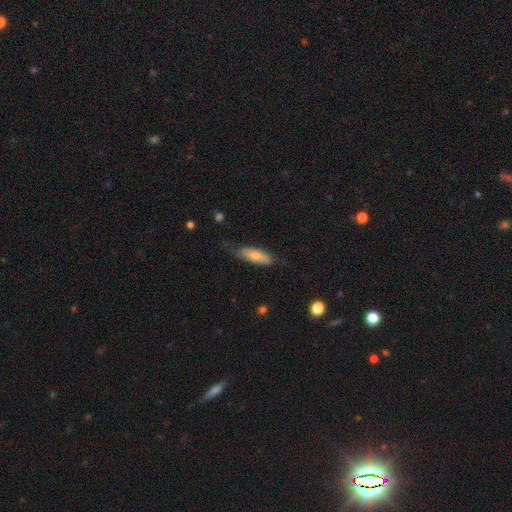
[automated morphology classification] type=smooth (69%); roundness=in between (60%); merging=none (59%).